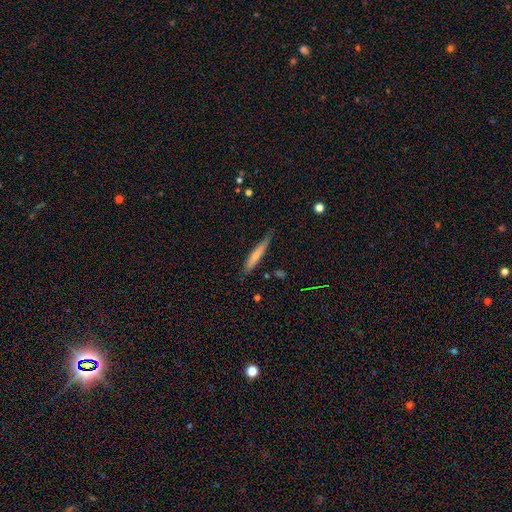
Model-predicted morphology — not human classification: Smooth or featured? smooth (62%)
How rounded? cigar-shaped (92%)
Merging? none (72%)